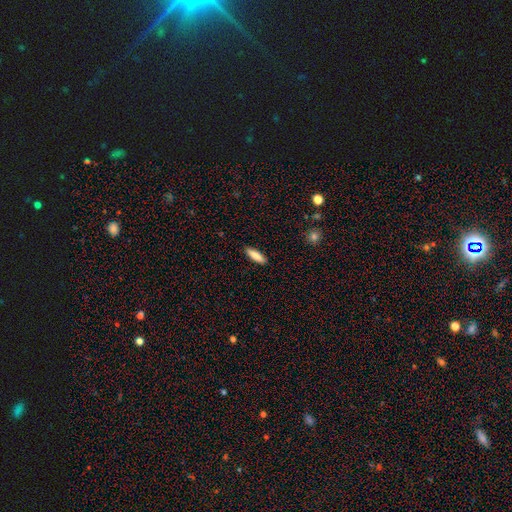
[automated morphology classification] Overall: smooth (85%). How rounded: cigar-shaped (62%; in between 36%). Merging: none (90%).